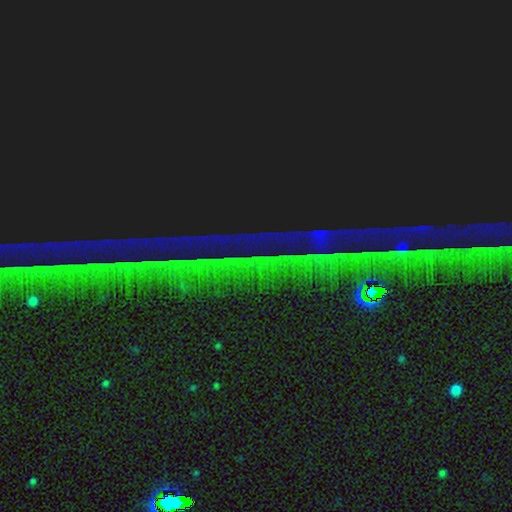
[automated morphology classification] This is clearly a star or artifact rather than a galaxy (89%).